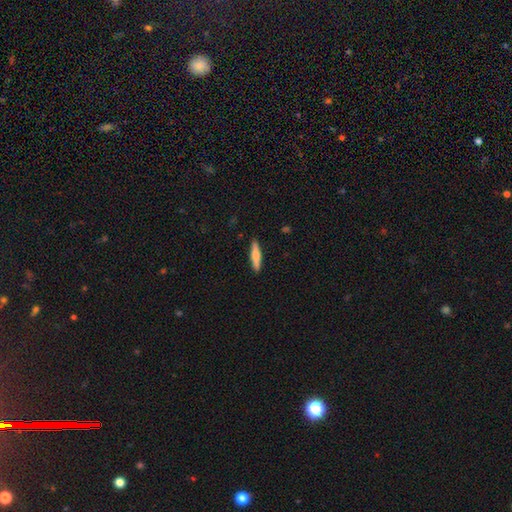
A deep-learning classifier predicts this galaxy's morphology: smooth_or_featured: smooth (p=0.64) [alt: featured or disk p=0.30]
how_rounded: cigar-shaped (p=0.85) [alt: in between p=0.14]
merging: none (p=0.90) [alt: minor disturbance p=0.07]